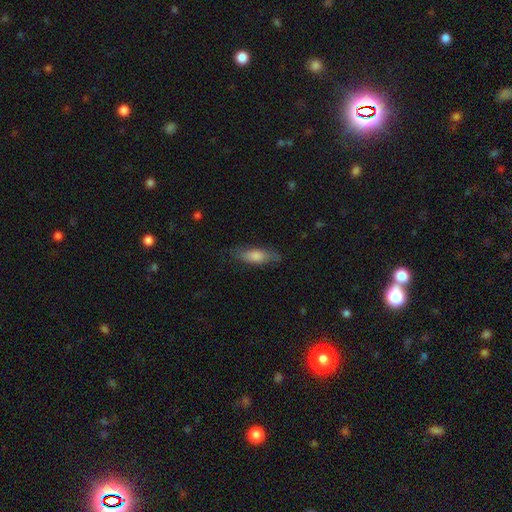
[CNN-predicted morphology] type=smooth (68%); roundness=in between (50%); merging=none (74%).